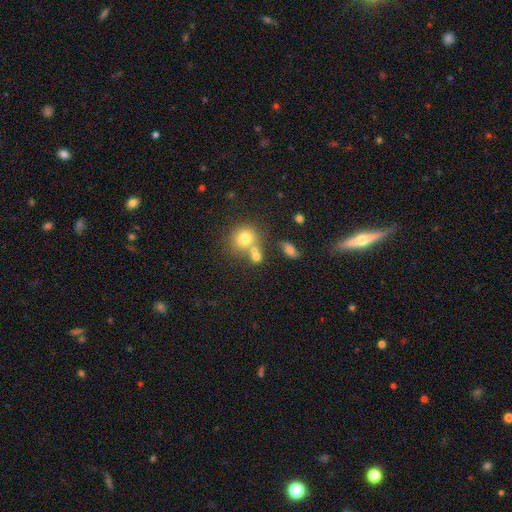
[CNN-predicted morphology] smooth_or_featured: smooth (p=0.67) [alt: star or artifact p=0.17]
how_rounded: round (p=0.76) [alt: in between p=0.21]
merging: none (p=0.57) [alt: merger p=0.28]